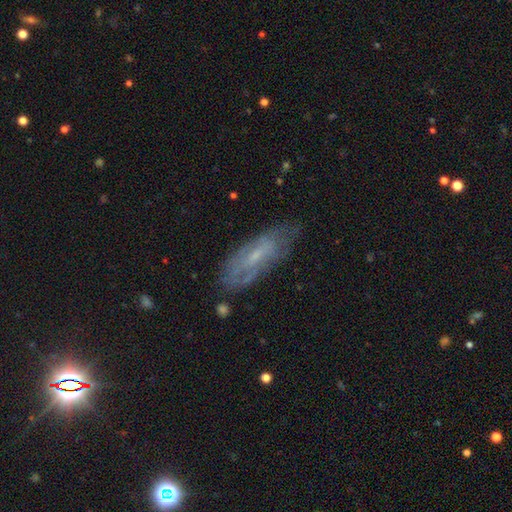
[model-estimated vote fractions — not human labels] Smooth or featured? featured or disk (57%)
Edge-on disk? no (76%)
Merging? none (71%)